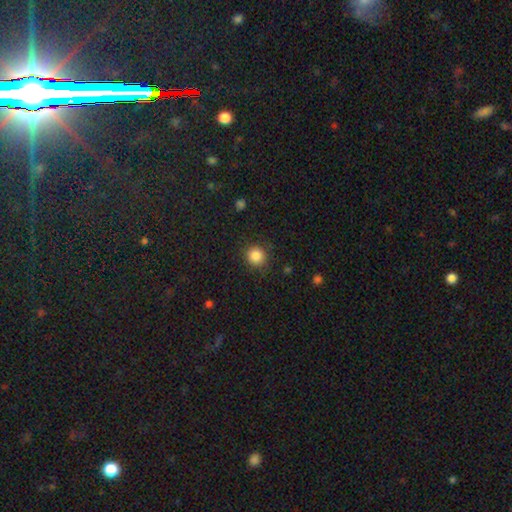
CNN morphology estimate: The model was most divided on "merging": none: 86%, minor disturbance: 10%, major disturbance: 3%, merger: 1%. More confident: how rounded — round (91%); smooth or featured — smooth (86%).